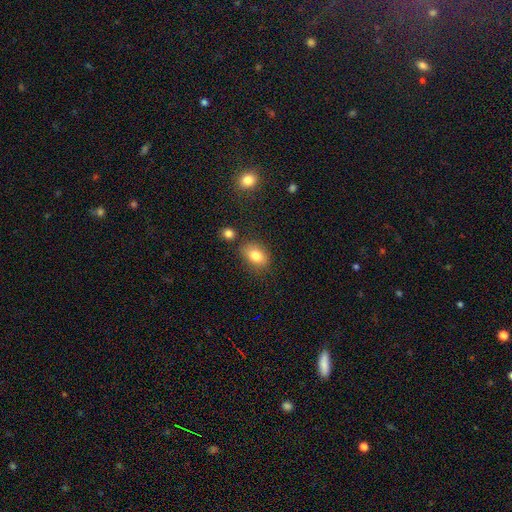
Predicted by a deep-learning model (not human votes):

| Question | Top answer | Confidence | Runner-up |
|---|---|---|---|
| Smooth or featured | smooth | 82% | star or artifact (9%) |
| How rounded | in between | 82% | round (16%) |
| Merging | none | 76% | minor disturbance (14%) |